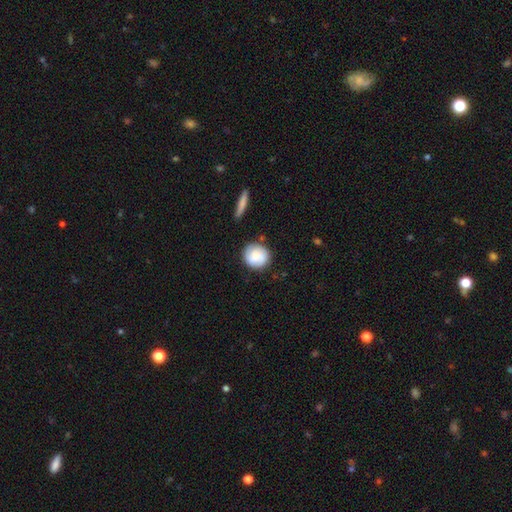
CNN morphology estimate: Smooth or featured: smooth — 70% (featured or disk — 23%)
How rounded: round — 90% (in between — 9%)
Merging: none — 81% (minor disturbance — 12%)